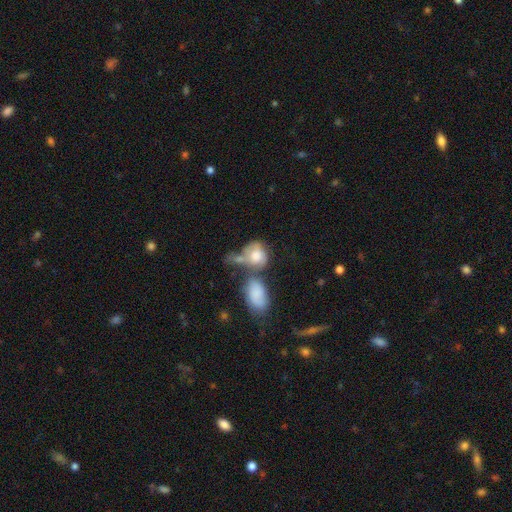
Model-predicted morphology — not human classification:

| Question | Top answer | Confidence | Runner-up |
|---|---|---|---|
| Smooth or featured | smooth | 69% | featured or disk (23%) |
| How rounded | in between | 53% | round (45%) |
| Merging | merger | 46% | none (23%) |